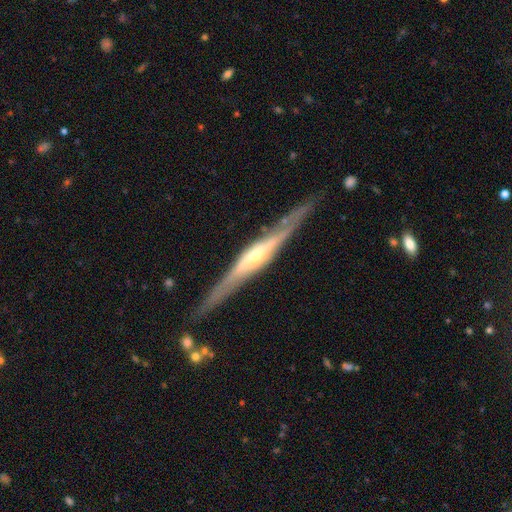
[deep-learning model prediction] featured or disk 82%, smooth 12%, star or artifact 5%. Down the decision tree: edge-on disk — yes (95%); edge-on bulge — rounded (75%); merging — none (85%).